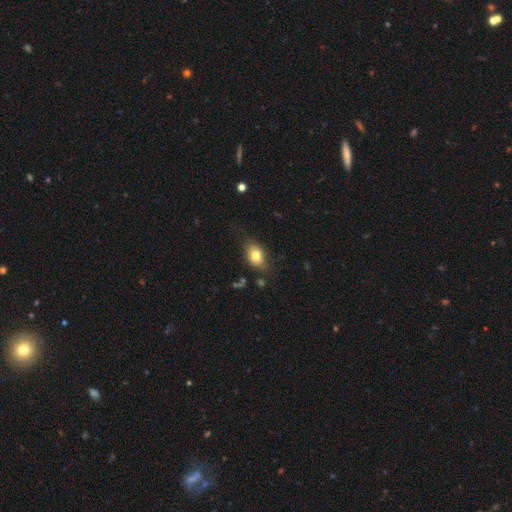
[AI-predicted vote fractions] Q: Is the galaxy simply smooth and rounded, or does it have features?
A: smooth — 77%.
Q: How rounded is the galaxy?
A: in between — 76%.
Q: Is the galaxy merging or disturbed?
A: none — 70%.